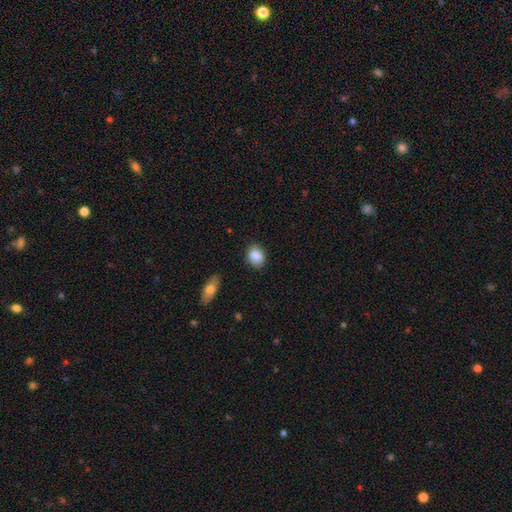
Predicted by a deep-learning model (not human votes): Smooth or featured? smooth (89%)
How rounded? in between (66%)
Merging? none (81%)